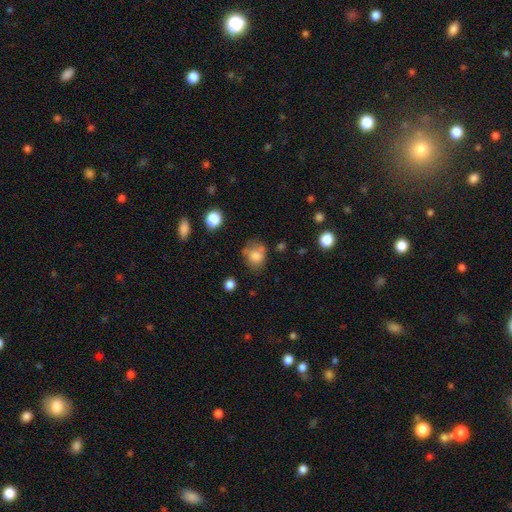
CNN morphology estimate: A smooth galaxy with no disk features (76%) that is round (57%). Merging: none (53%).